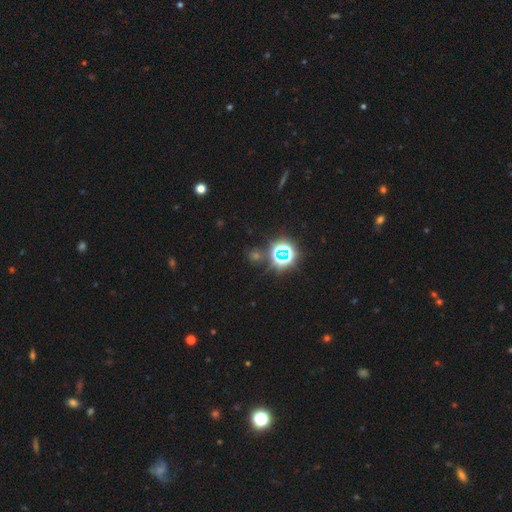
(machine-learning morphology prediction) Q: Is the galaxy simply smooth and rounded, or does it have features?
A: star or artifact — 66%.